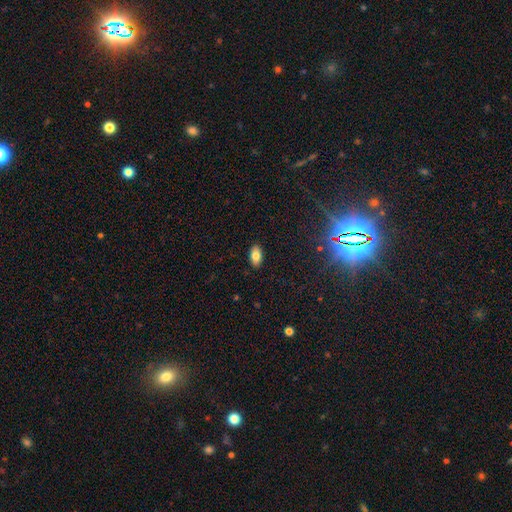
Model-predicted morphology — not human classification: Smooth or featured? smooth (81%)
How rounded? in between (93%)
Merging? none (89%)